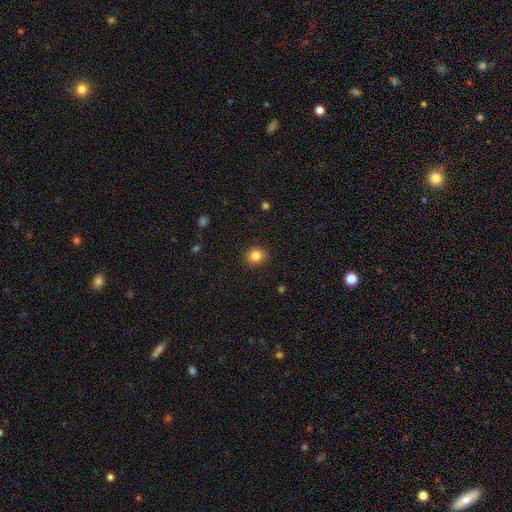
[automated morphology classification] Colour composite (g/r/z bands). It shows a smooth galaxy with no disk features (84%) that is round (88%). Merging: none (91%).